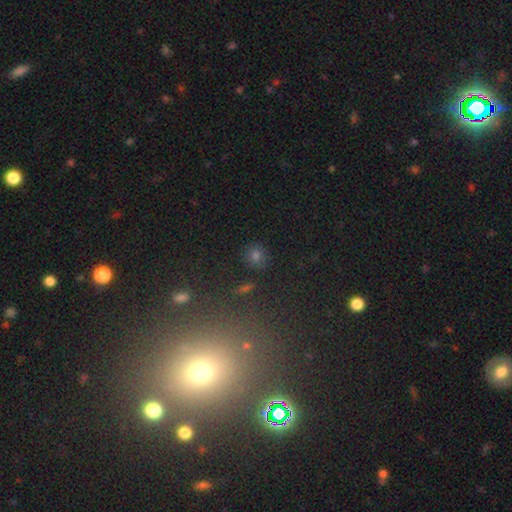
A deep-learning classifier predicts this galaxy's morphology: Smooth or featured? Predicted: smooth (p=0.67). How rounded? Predicted: round (p=0.87). Merging? Predicted: none (p=0.85).